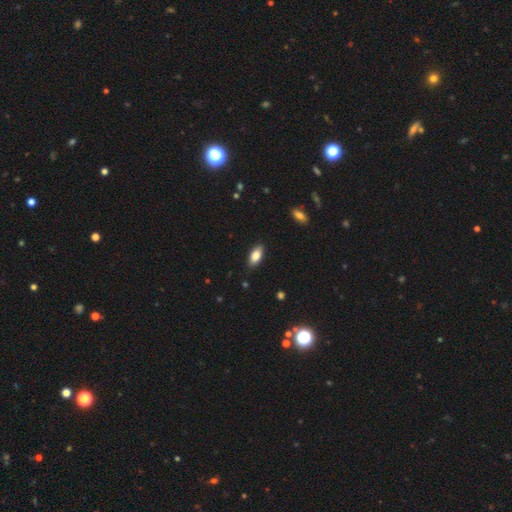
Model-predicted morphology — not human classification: This is clearly a smooth galaxy (81%). How rounded: clearly in between (88%). Merging: clearly none (87%).